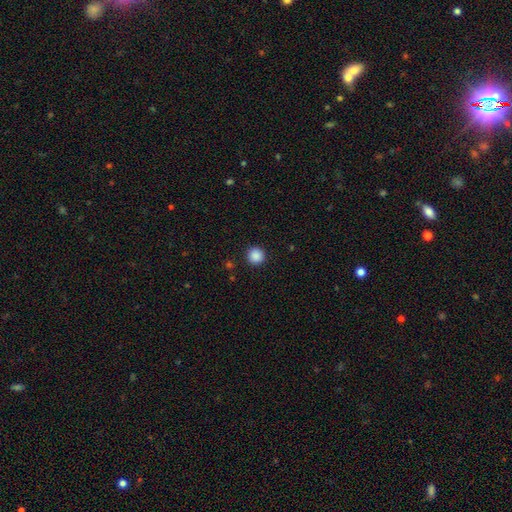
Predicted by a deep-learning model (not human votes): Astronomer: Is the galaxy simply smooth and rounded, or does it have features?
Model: smooth — 88%.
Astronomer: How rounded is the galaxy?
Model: round — 95%.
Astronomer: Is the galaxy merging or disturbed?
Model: none — 92%.